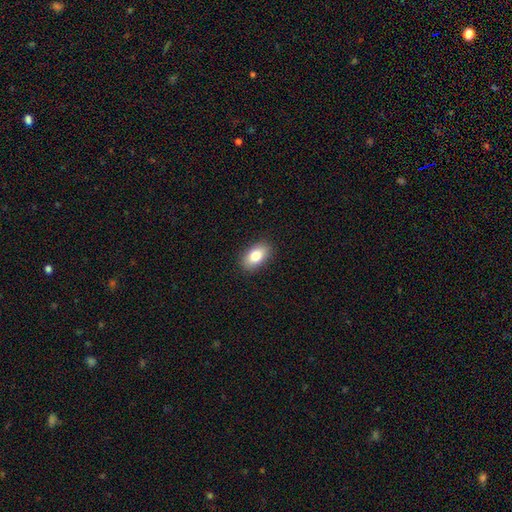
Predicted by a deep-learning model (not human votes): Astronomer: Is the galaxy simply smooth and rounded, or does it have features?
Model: smooth — 82%.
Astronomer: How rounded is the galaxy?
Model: in between — 91%.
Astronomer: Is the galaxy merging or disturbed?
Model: none — 89%.